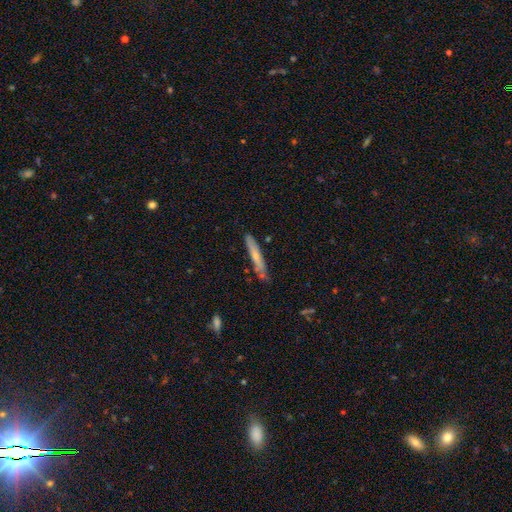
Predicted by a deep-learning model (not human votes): smooth_or_featured: smooth (p=0.59) [alt: featured or disk p=0.35]
how_rounded: cigar-shaped (p=0.93) [alt: in between p=0.06]
merging: none (p=0.76) [alt: minor disturbance p=0.17]